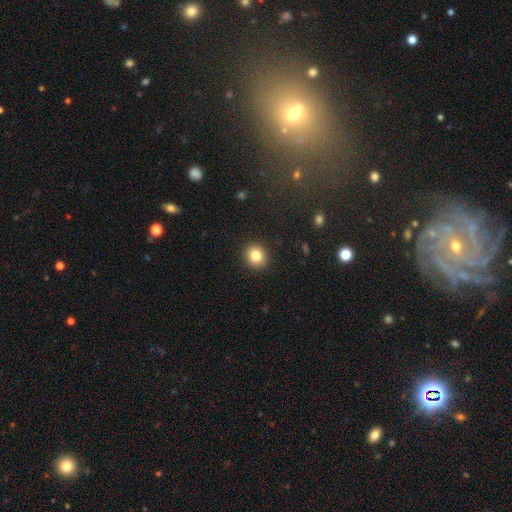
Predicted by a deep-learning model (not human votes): The model was most divided on "how rounded": round: 78%, in between: 21%, cigar-shaped: 1%. More confident: merging — none (91%); smooth or featured — smooth (83%).